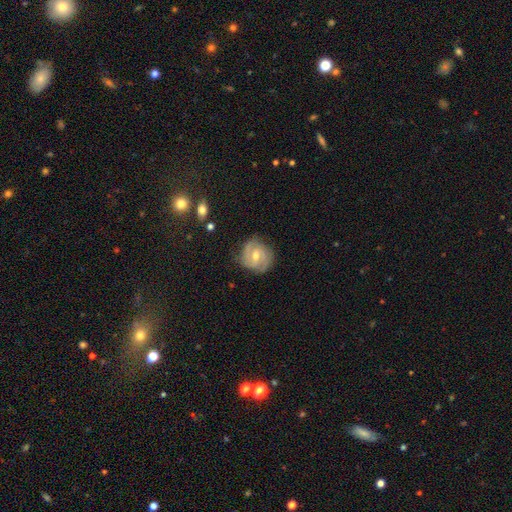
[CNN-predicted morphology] The model was most divided on "spiral winding": tight: 51%, medium: 38%, loose: 11%. More confident: edge-on disk — no (97%); spiral arms — yes (92%); merging — none (78%); smooth or featured — featured or disk (76%); spiral arm count — 2 (62%); bulge size — moderate (61%); bar — weak (51%).